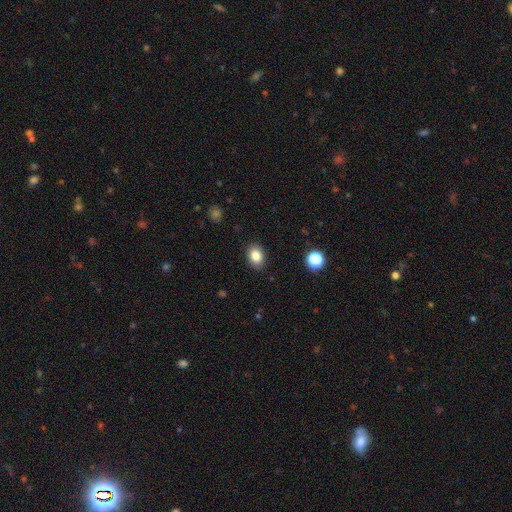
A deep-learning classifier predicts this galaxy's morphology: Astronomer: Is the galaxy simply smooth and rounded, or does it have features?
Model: smooth — 85%.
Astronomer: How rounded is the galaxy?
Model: in between — 67%.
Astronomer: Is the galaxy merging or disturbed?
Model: none — 87%.